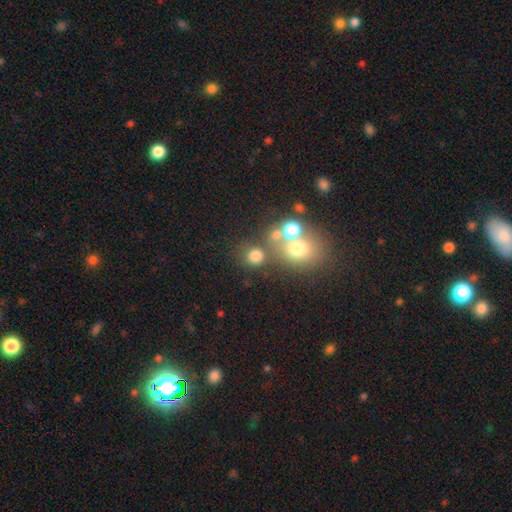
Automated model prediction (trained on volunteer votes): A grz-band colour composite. It shows a smooth galaxy with no disk features (73%) that is round (84%). Merging: none (64%).